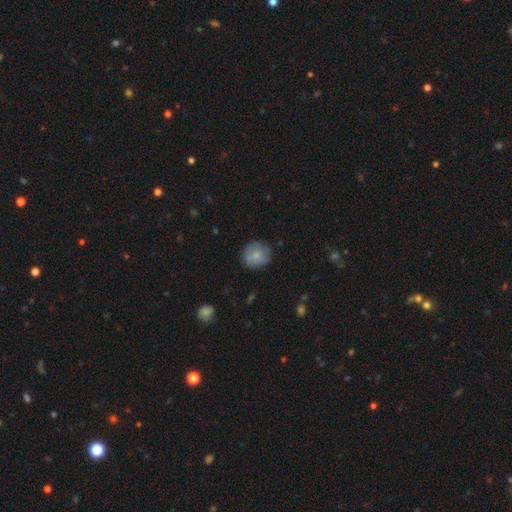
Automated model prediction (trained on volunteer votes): Smooth or featured? smooth (77%)
How rounded? round (83%)
Merging? none (77%)